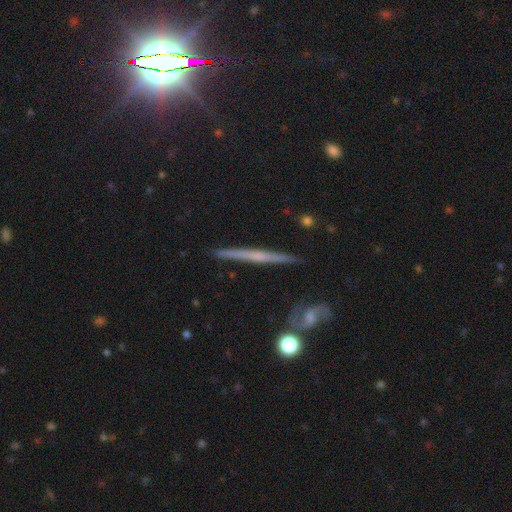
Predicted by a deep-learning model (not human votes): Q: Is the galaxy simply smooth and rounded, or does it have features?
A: featured or disk — 65%.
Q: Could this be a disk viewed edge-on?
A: yes — 97%.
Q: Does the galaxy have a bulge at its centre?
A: none — 58%.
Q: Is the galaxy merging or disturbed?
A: none — 88%.